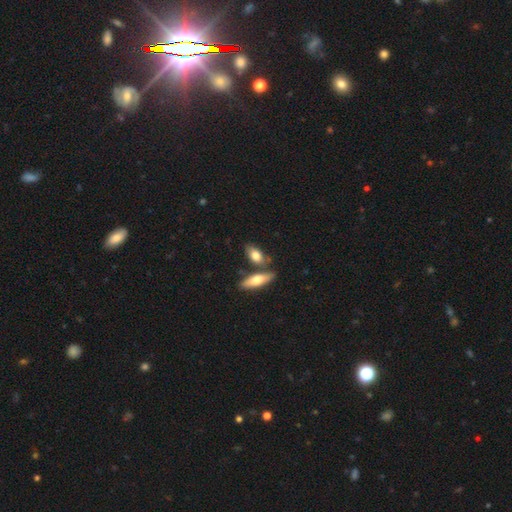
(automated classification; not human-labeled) Smooth or featured? Predicted: smooth (p=0.74). How rounded? Predicted: in between (p=0.78). Merging? Predicted: none (p=0.63).